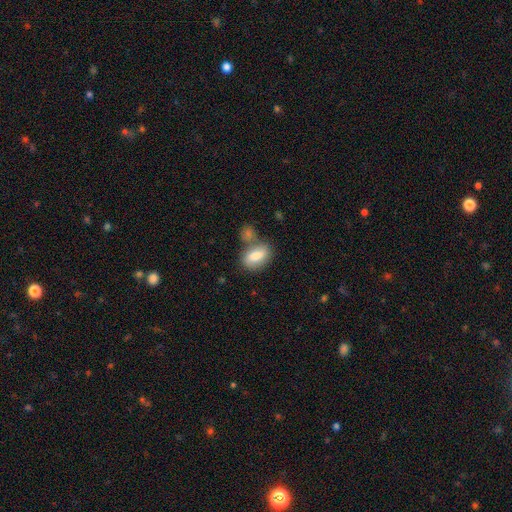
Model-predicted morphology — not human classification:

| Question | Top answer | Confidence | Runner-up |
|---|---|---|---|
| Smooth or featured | smooth | 78% | featured or disk (15%) |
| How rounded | in between | 87% | round (9%) |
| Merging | none | 53% | merger (27%) |